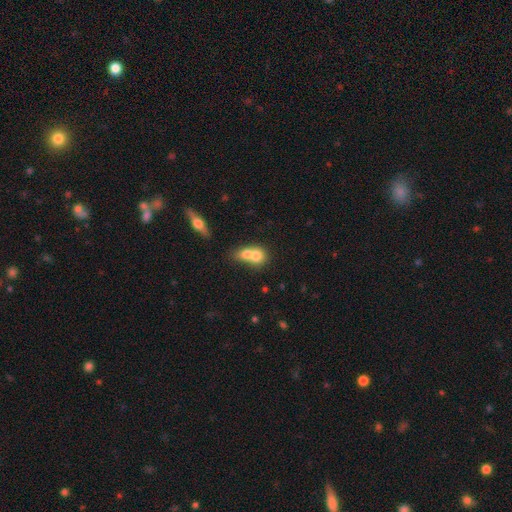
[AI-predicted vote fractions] Q: Smooth or featured?
A: smooth (70%); runner-up: featured or disk (21%)
Q: How rounded?
A: round (57%); runner-up: in between (40%)
Q: Merging?
A: merger (72%); runner-up: none (19%)